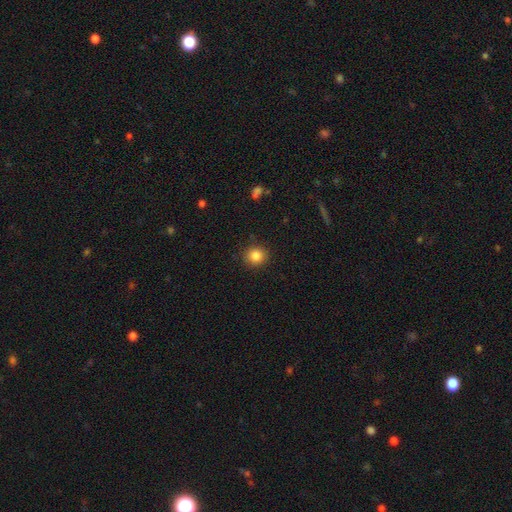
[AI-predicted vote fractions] smooth-or-featured: smooth: 85% | star or artifact: 11% | featured or disk: 4%
  how-rounded: round: 88% | in between: 11% | cigar-shaped: 1%
  merging: none: 89% | minor disturbance: 8% | major disturbance: 2% | merger: 1%